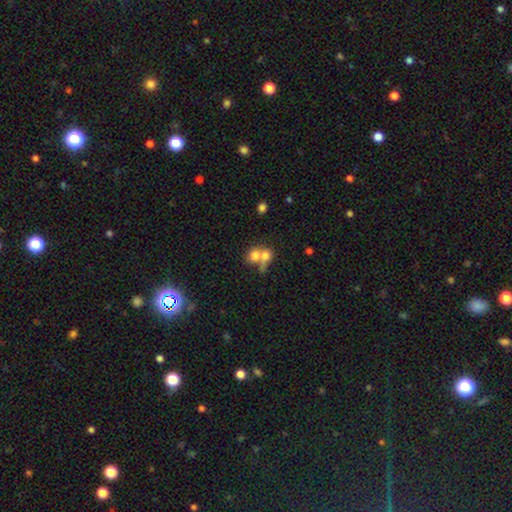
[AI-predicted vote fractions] smooth_or_featured: smooth (p=0.73) [alt: featured or disk p=0.17]
how_rounded: round (p=0.59) [alt: in between p=0.39]
merging: merger (p=0.66) [alt: none p=0.23]